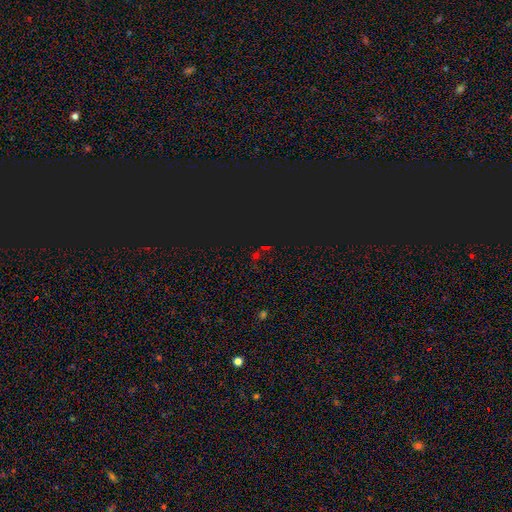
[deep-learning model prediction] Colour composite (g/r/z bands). It shows a star or artifact, not a galaxy (72%).